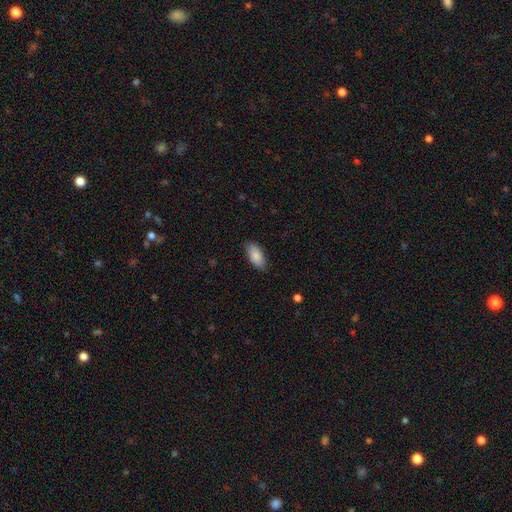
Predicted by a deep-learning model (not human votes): Smooth or featured? Predicted: smooth (p=0.88). How rounded? Predicted: in between (p=0.92). Merging? Predicted: none (p=0.84).